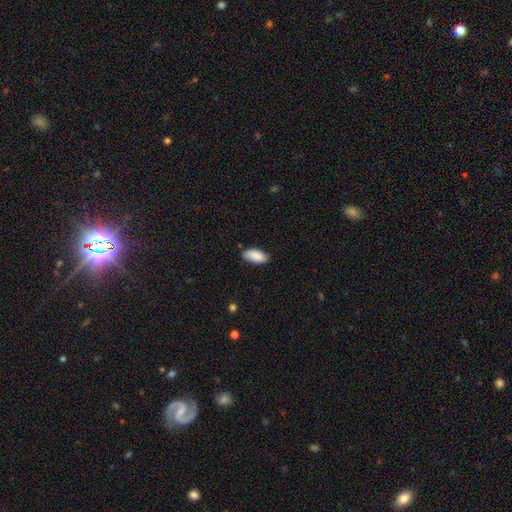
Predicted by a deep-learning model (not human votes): Q: Smooth or featured?
A: smooth (87%); runner-up: featured or disk (7%)
Q: How rounded?
A: in between (92%); runner-up: cigar-shaped (6%)
Q: Merging?
A: none (81%); runner-up: minor disturbance (15%)